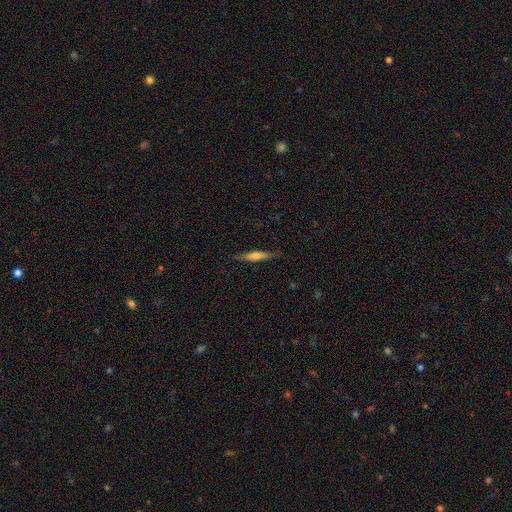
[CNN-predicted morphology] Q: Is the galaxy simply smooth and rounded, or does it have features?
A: featured or disk — 48%.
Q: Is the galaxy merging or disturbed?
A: none — 86%.